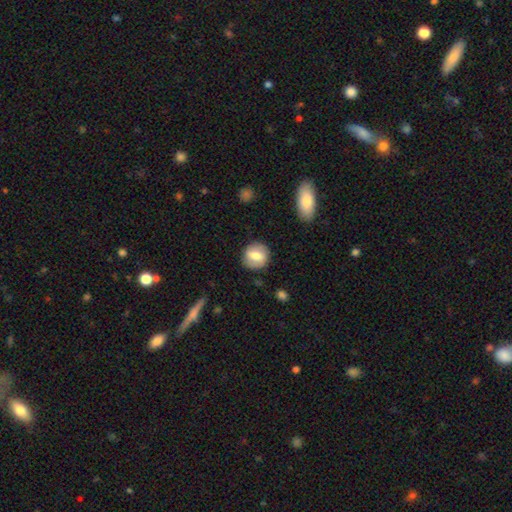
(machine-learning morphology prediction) type=smooth (61%); roundness=round (79%); merging=none (85%).